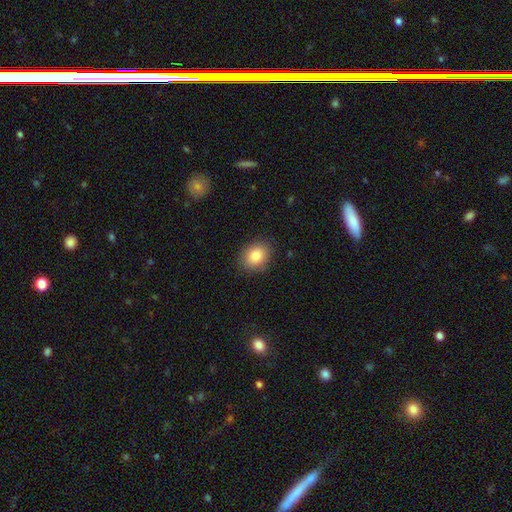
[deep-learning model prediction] Smooth or featured?
  - smooth: 84% *
  - star or artifact: 9%
  - featured or disk: 7%
How rounded?
  - round: 52% *
  - in between: 47%
  - cigar-shaped: 1%
Merging?
  - none: 86% *
  - minor disturbance: 11%
  - major disturbance: 3%
  - merger: 1%